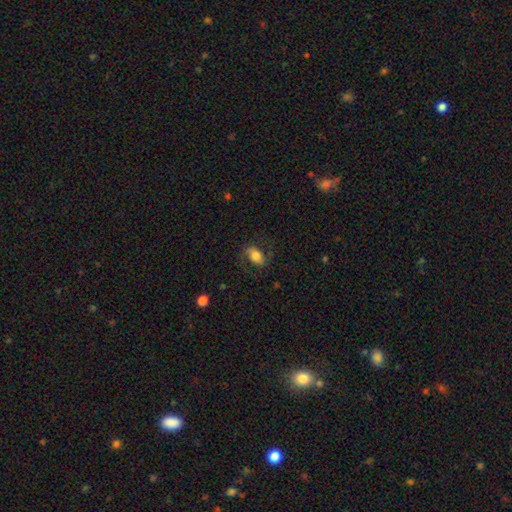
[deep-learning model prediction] Q: Smooth or featured?
A: smooth (63%); runner-up: featured or disk (29%)
Q: How rounded?
A: in between (88%); runner-up: round (9%)
Q: Merging?
A: none (69%); runner-up: minor disturbance (18%)